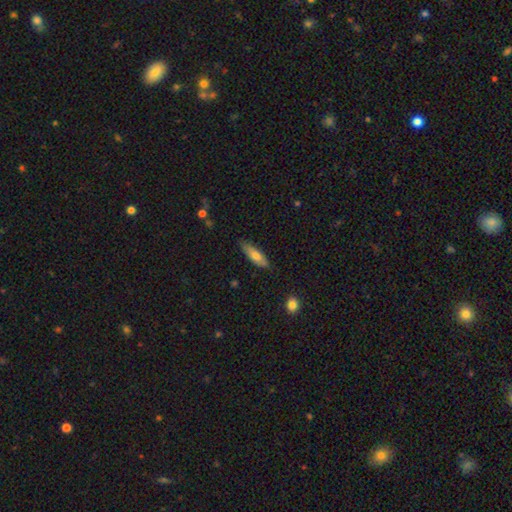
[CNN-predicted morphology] type=smooth (72%); roundness=cigar-shaped (51%); merging=none (82%).